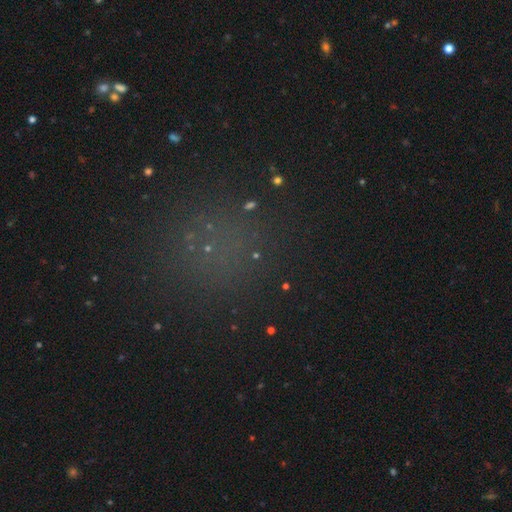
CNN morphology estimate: Q: Smooth or featured?
A: star or artifact (55%); runner-up: smooth (29%)